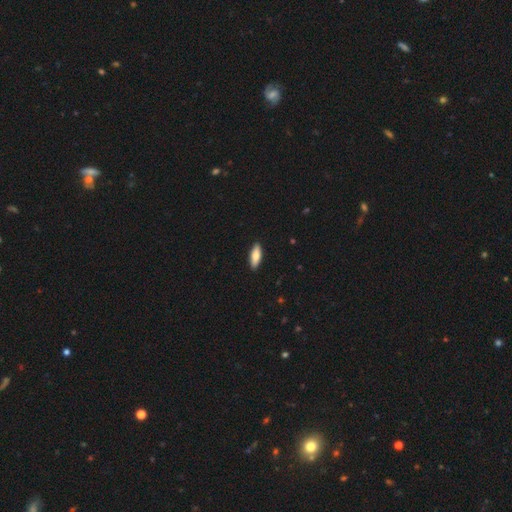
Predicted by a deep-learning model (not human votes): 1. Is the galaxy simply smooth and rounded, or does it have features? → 79% smooth, 15% featured or disk, 6% star or artifact.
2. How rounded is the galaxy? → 65% in between, 32% cigar-shaped, 2% round.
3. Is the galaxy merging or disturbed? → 91% none, 7% minor disturbance, 1% major disturbance, 1% merger.